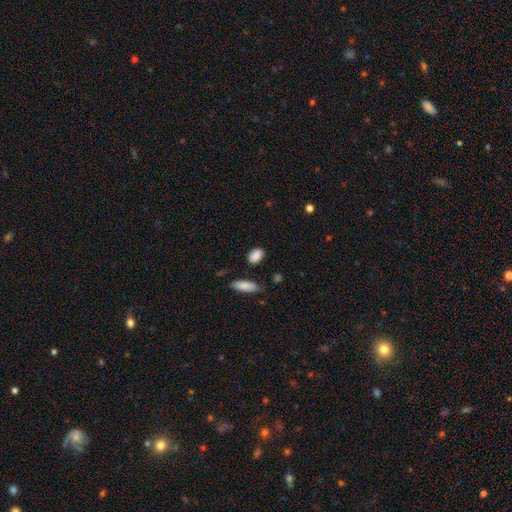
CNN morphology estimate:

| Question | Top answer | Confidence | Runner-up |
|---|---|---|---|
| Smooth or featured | smooth | 88% | star or artifact (8%) |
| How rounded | in between | 85% | round (12%) |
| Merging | none | 81% | minor disturbance (13%) |